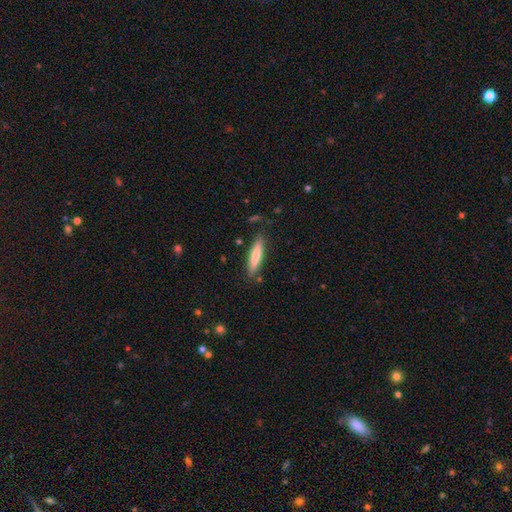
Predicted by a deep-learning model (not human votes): Smooth or featured?
  - smooth: 75% *
  - featured or disk: 19%
  - star or artifact: 6%
How rounded?
  - cigar-shaped: 81% *
  - in between: 18%
  - round: 1%
Merging?
  - none: 84% *
  - minor disturbance: 11%
  - major disturbance: 2%
  - merger: 2%